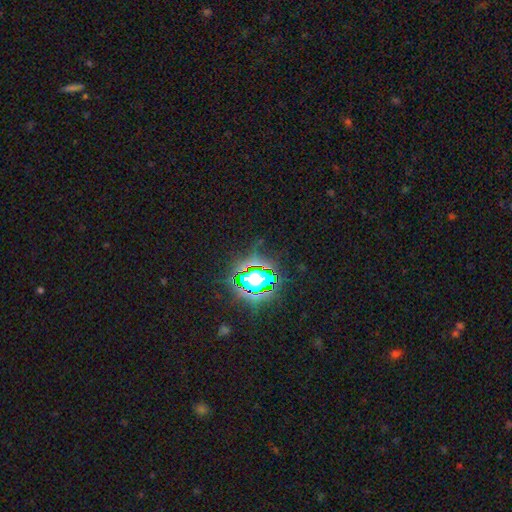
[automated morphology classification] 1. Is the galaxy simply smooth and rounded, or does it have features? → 73% star or artifact, 17% smooth, 11% featured or disk.